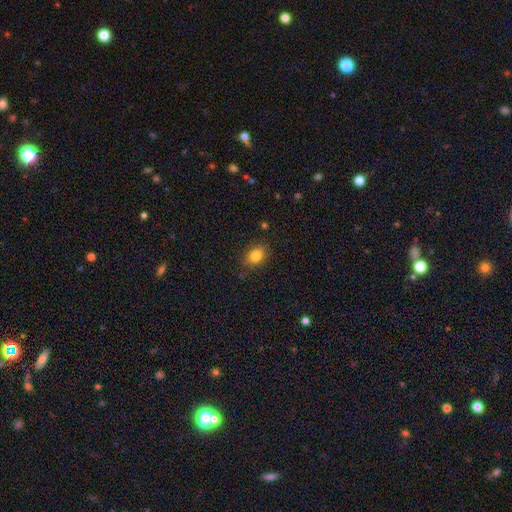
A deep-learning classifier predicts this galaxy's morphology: smooth-or-featured: smooth: 82% | star or artifact: 10% | featured or disk: 8%
  how-rounded: in between: 68% | round: 31% | cigar-shaped: 2%
  merging: none: 79% | minor disturbance: 16% | major disturbance: 3% | merger: 1%